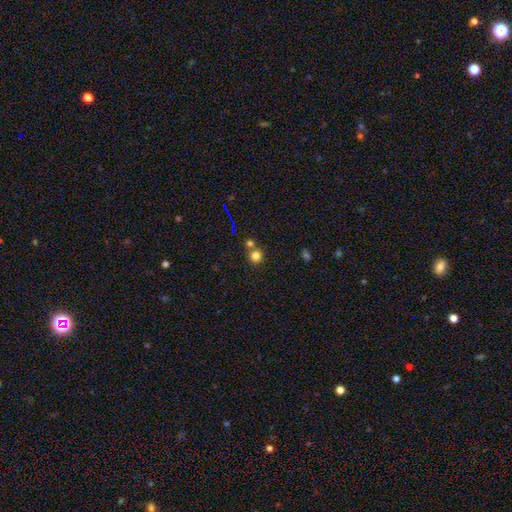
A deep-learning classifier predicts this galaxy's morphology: Smooth or featured? smooth (79%)
How rounded? round (91%)
Merging? none (65%)